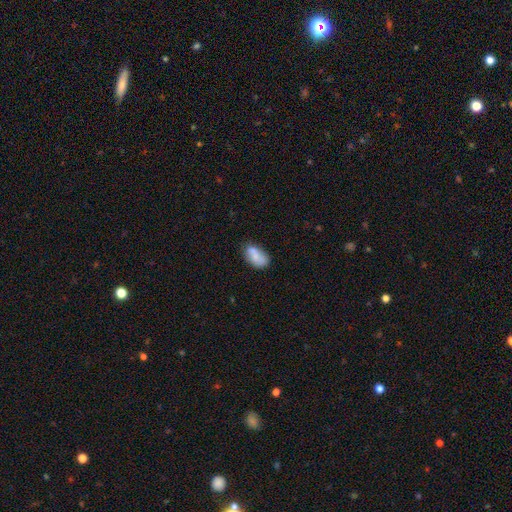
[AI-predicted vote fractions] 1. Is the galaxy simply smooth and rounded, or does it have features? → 73% smooth, 20% featured or disk, 8% star or artifact.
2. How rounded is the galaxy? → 91% in between, 6% round, 3% cigar-shaped.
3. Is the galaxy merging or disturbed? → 51% none, 24% minor disturbance, 19% merger, 7% major disturbance.